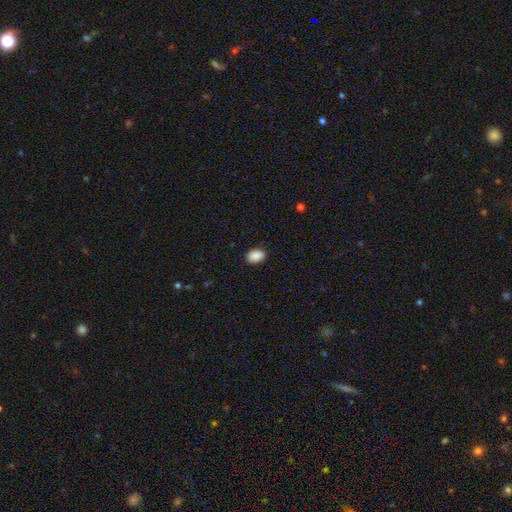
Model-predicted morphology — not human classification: smooth-or-featured: smooth: 90% | star or artifact: 8% | featured or disk: 3%
  how-rounded: in between: 79% | round: 20% | cigar-shaped: 1%
  merging: none: 89% | minor disturbance: 8% | major disturbance: 2% | merger: 1%